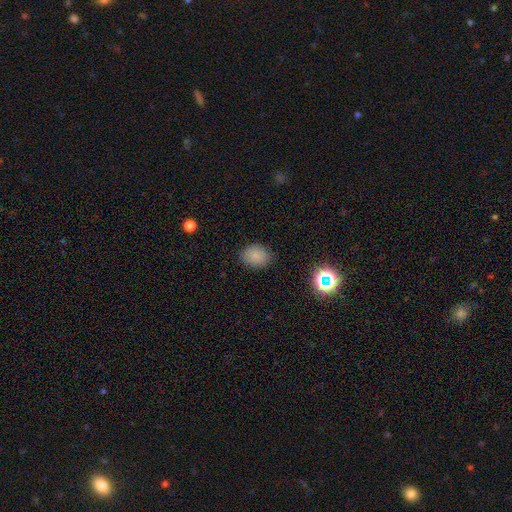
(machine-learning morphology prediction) Smooth or featured?
  - smooth: 82% *
  - star or artifact: 13%
  - featured or disk: 5%
How rounded?
  - round: 52% *
  - in between: 47%
  - cigar-shaped: 1%
Merging?
  - none: 84% *
  - minor disturbance: 11%
  - major disturbance: 3%
  - merger: 1%